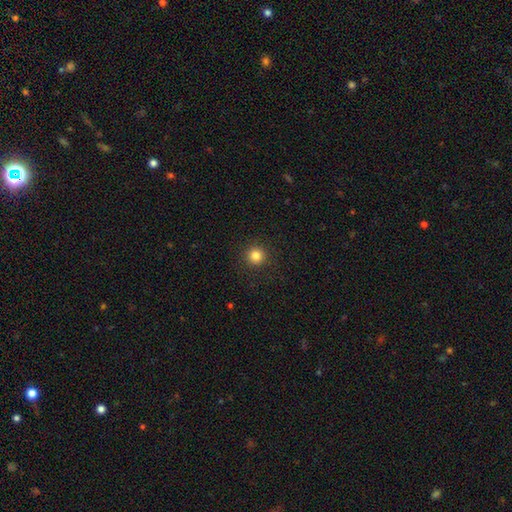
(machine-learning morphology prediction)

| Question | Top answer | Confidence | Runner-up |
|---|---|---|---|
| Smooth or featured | smooth | 83% | star or artifact (12%) |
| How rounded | round | 95% | in between (4%) |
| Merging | none | 92% | minor disturbance (5%) |